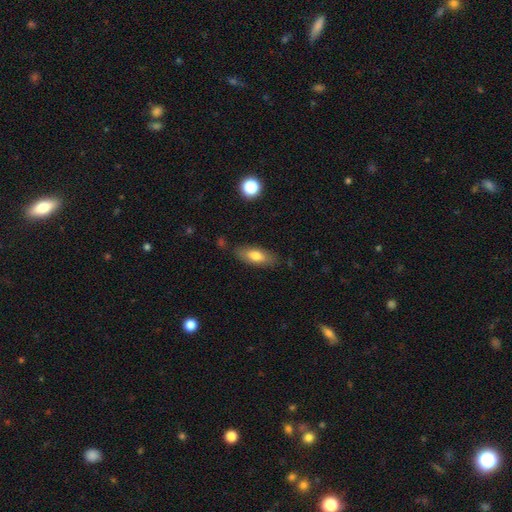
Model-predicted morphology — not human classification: Q: Smooth or featured?
A: smooth (73%); runner-up: featured or disk (20%)
Q: How rounded?
A: in between (75%); runner-up: cigar-shaped (23%)
Q: Merging?
A: none (80%); runner-up: minor disturbance (14%)